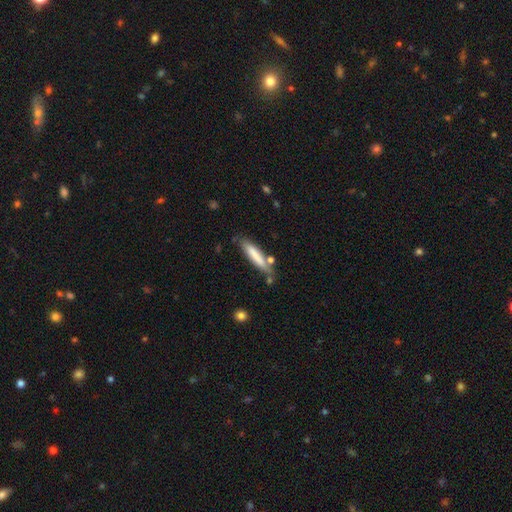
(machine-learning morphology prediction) The model was most divided on "merging": none: 68%, minor disturbance: 18%, merger: 9%, major disturbance: 5%. More confident: how rounded — cigar-shaped (84%); smooth or featured — smooth (75%).